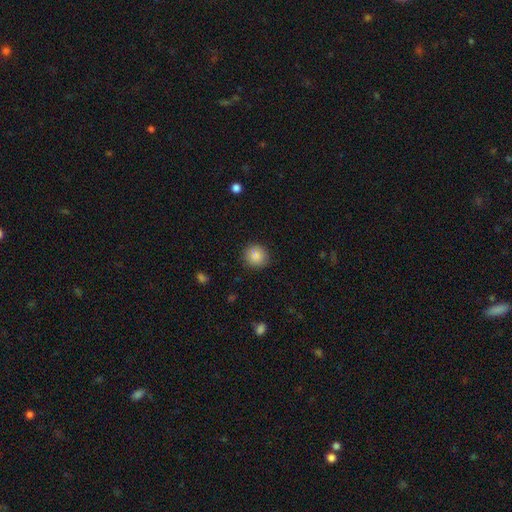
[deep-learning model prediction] smooth-or-featured: smooth: 83% | star or artifact: 9% | featured or disk: 8%
  how-rounded: round: 91% | in between: 8% | cigar-shaped: 1%
  merging: none: 89% | minor disturbance: 8% | major disturbance: 2% | merger: 2%